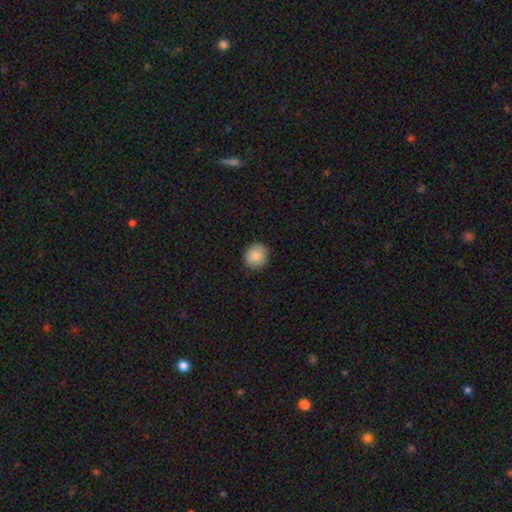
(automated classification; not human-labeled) This is clearly a smooth galaxy (89%). How rounded: clearly round (89%). Merging: clearly none (92%).